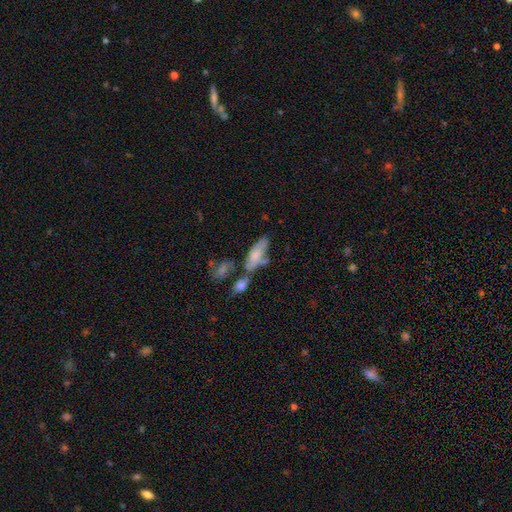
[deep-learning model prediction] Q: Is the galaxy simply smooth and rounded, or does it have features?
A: smooth — 66%.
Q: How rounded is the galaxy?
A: in between — 72%.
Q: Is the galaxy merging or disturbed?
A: merger — 36%.